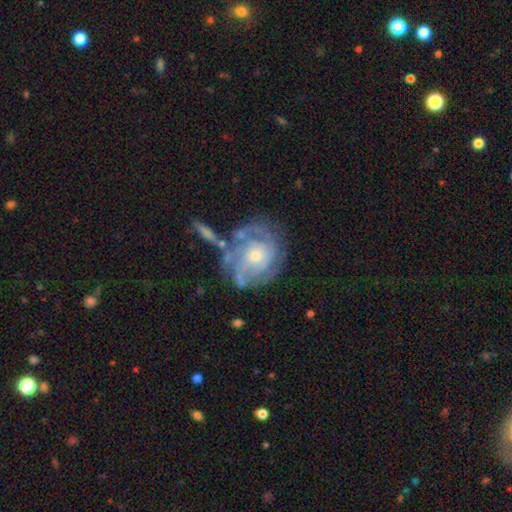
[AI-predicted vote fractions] Q: Smooth or featured?
A: featured or disk (81%); runner-up: smooth (13%)
Q: Edge-on disk?
A: no (97%); runner-up: yes (3%)
Q: Bar?
A: no (77%); runner-up: weak (19%)
Q: Spiral arms?
A: yes (88%); runner-up: no (12%)
Q: Spiral winding?
A: tight (66%); runner-up: medium (26%)
Q: Spiral arm count?
A: can't tell (44%); runner-up: 2 (20%)
Q: Bulge size?
A: small (49%); runner-up: moderate (44%)
Q: Merging?
A: none (60%); runner-up: minor disturbance (20%)